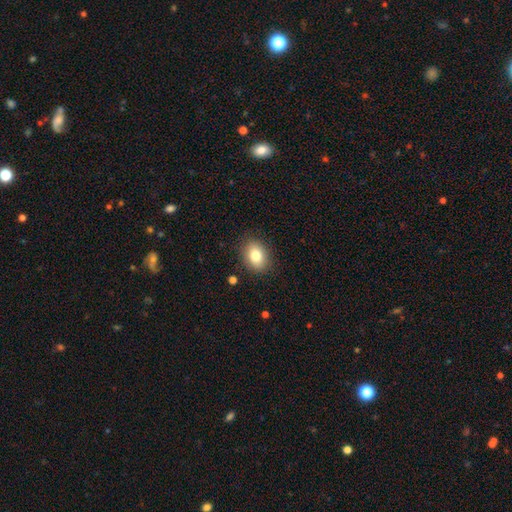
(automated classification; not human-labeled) smooth 81%, featured or disk 10%, star or artifact 9%. Down the decision tree: how rounded — in between (65%); merging — none (86%).